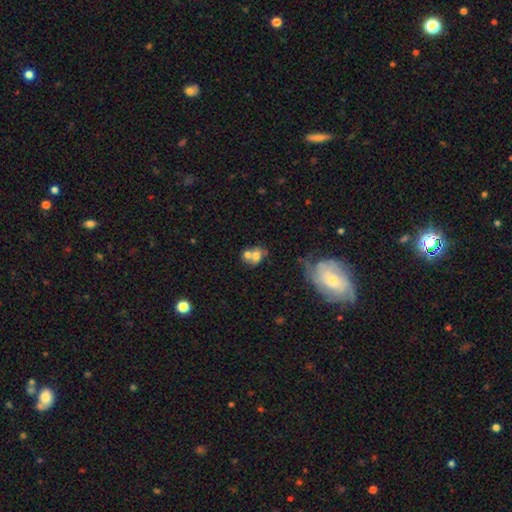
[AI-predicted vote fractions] The model was most divided on "how rounded" (2-way tie): round: 49%, in between: 49%, cigar-shaped: 2%. More confident: smooth or featured — smooth (64%); merging — merger (59%).